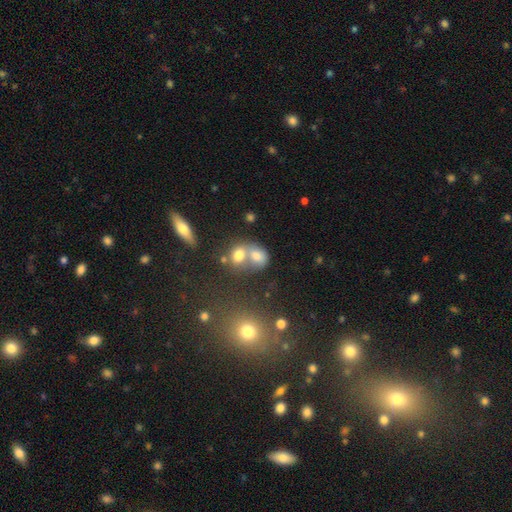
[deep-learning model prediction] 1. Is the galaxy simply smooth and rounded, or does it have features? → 65% smooth, 21% featured or disk, 14% star or artifact.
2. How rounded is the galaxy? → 49% in between (tied), 49% round (tied), 2% cigar-shaped.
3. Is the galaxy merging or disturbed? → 59% merger, 28% none, 8% minor disturbance, 5% major disturbance.